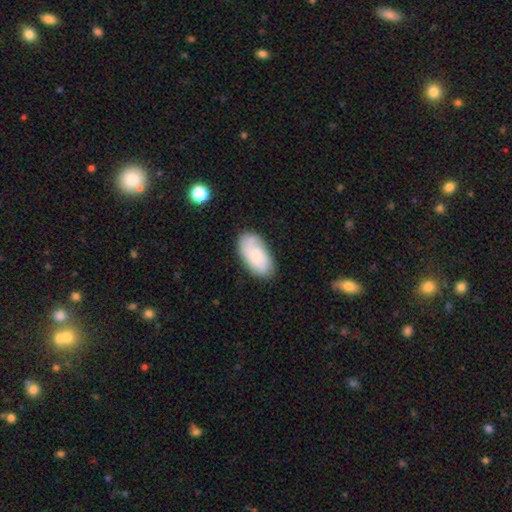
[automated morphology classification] smooth_or_featured: smooth (p=0.53) [alt: featured or disk p=0.40]
how_rounded: in between (p=0.93) [alt: round p=0.04]
merging: none (p=0.76) [alt: minor disturbance p=0.18]